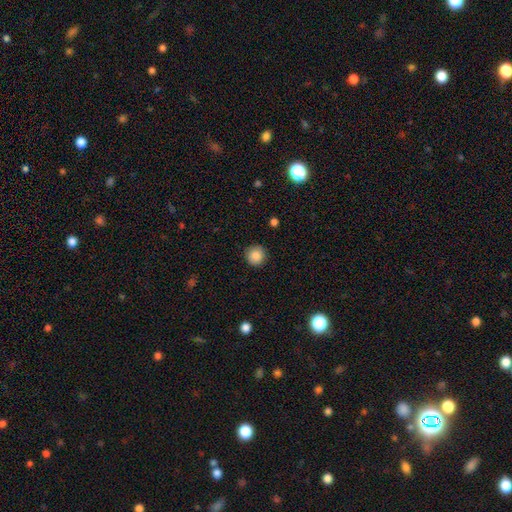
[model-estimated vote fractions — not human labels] Smooth or featured?
  - smooth: 87% *
  - star or artifact: 9%
  - featured or disk: 4%
How rounded?
  - round: 94% *
  - in between: 6%
  - cigar-shaped: 1%
Merging?
  - none: 89% *
  - minor disturbance: 8%
  - major disturbance: 2%
  - merger: 1%